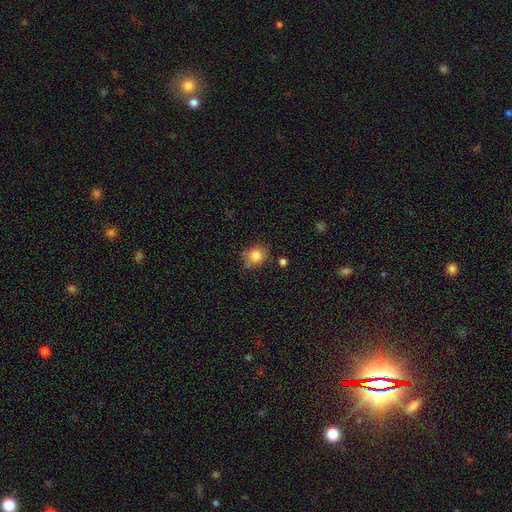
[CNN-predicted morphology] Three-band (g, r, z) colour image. It shows a smooth galaxy with no disk features (82%) that is round (70%). Merging: none (74%).